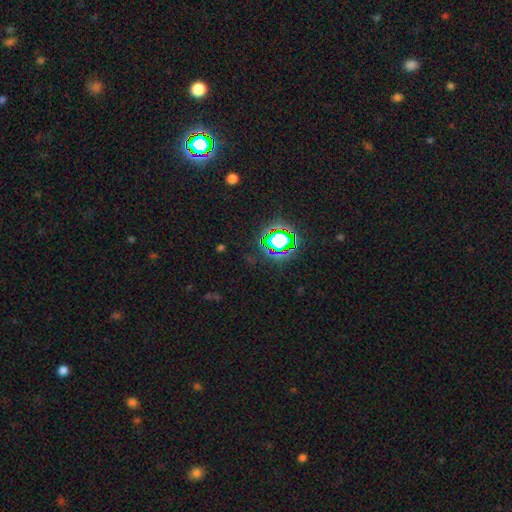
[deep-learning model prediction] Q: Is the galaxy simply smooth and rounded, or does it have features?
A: star or artifact — 80%.